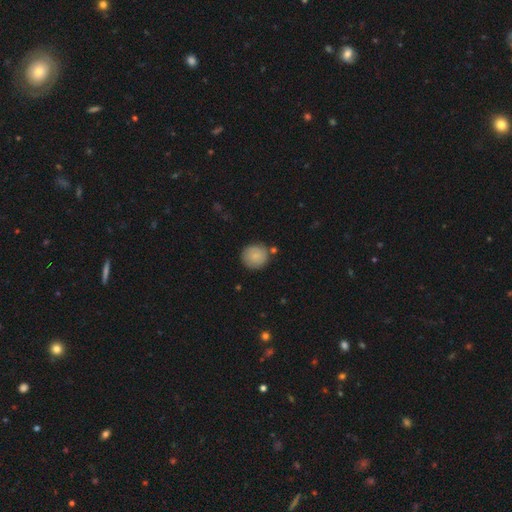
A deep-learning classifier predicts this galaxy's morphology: Smooth or featured?
  - smooth: 78% *
  - featured or disk: 15%
  - star or artifact: 7%
How rounded?
  - round: 90% *
  - in between: 9%
  - cigar-shaped: 1%
Merging?
  - none: 78% *
  - minor disturbance: 13%
  - merger: 6%
  - major disturbance: 3%